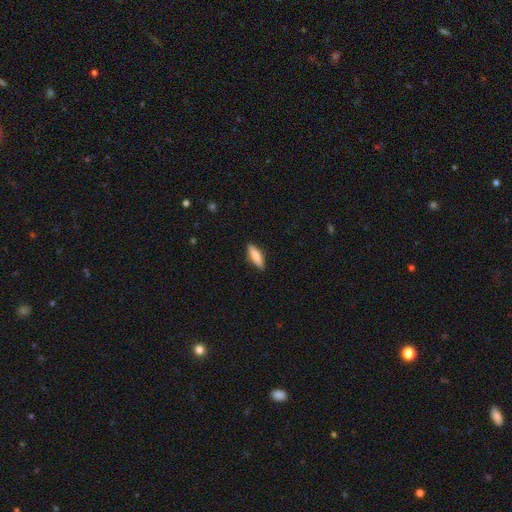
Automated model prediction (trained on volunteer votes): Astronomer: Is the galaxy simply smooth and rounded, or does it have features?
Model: smooth — 72%.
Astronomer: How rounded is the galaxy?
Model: cigar-shaped — 62%.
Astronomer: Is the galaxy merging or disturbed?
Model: none — 89%.